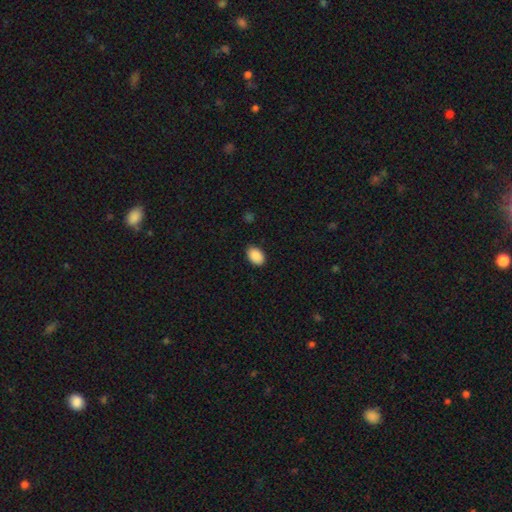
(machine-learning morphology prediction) Smooth or featured?
  - smooth: 90% *
  - star or artifact: 7%
  - featured or disk: 3%
How rounded?
  - in between: 86% *
  - round: 13%
  - cigar-shaped: 1%
Merging?
  - none: 87% *
  - minor disturbance: 10%
  - major disturbance: 2%
  - merger: 1%